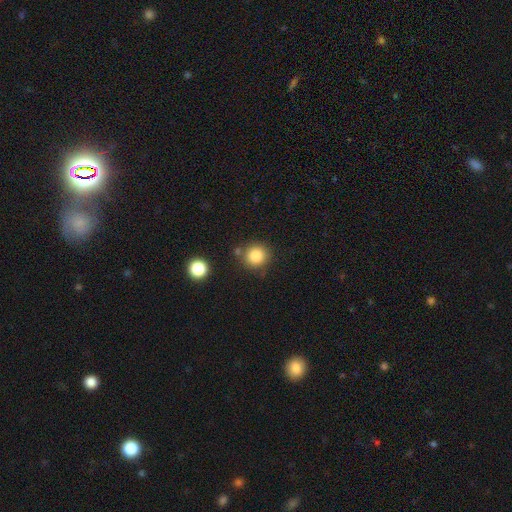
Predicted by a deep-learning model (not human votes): Overall: smooth (83%). How rounded: round (91%). Merging: none (77%).